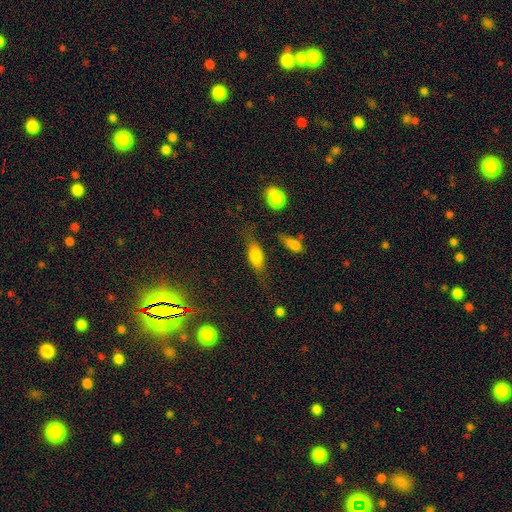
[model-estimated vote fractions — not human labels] This is likely a smooth galaxy (68%). How rounded: likely in between (73%). Merging: likely none (64%).